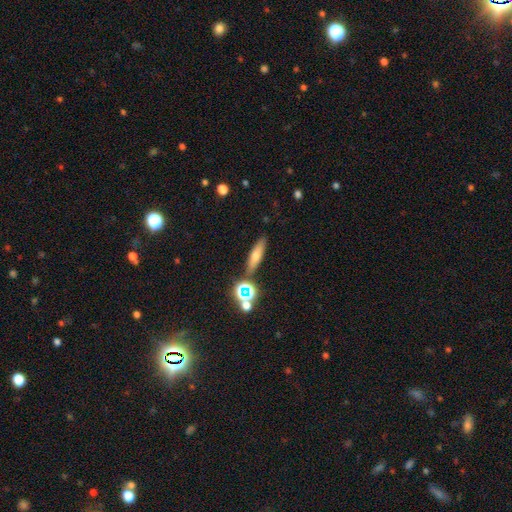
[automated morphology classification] Smooth or featured?
  - smooth: 53% *
  - featured or disk: 29%
  - star or artifact: 17%
How rounded?
  - cigar-shaped: 61% *
  - in between: 31%
  - round: 8%
Merging?
  - none: 81% *
  - minor disturbance: 10%
  - merger: 6%
  - major disturbance: 3%